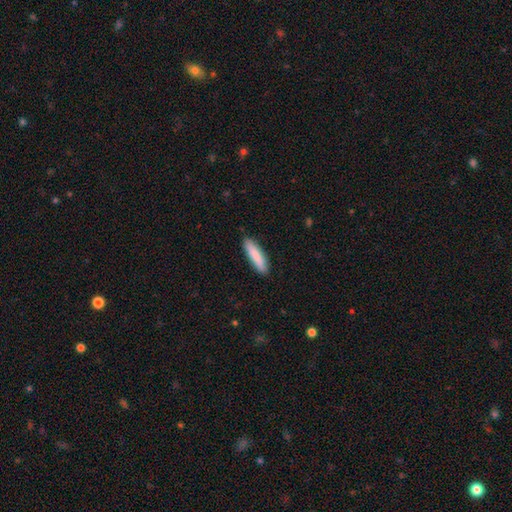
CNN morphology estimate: This appears to be a smooth galaxy with no disk features (85%) that is cigar-shaped (75%). Merging: none (88%).